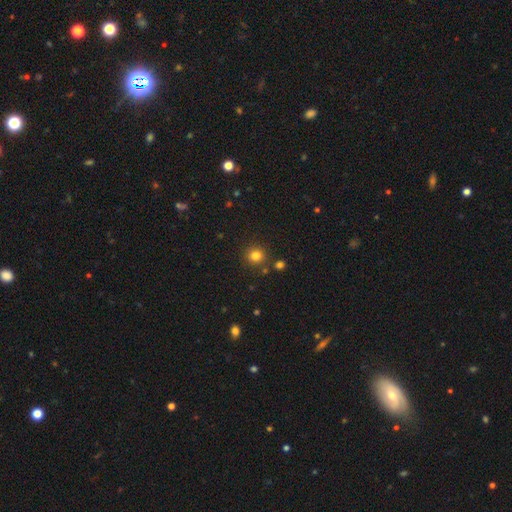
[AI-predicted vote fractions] This appears to be a smooth galaxy with no disk features (80%) that is round (91%). Merging: none (85%).